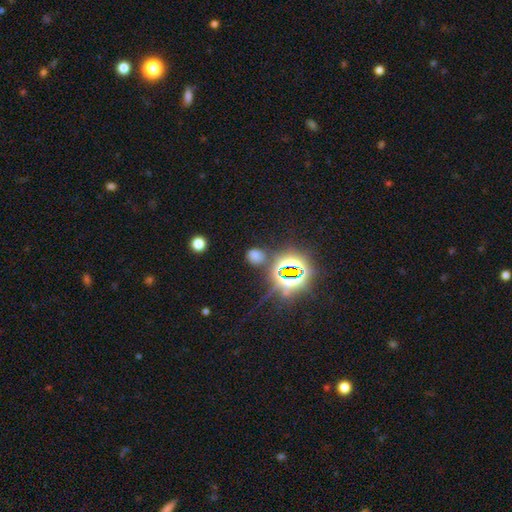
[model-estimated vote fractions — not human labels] A smooth galaxy with no disk features (53%) that is round (68%).

Vote fractions:
- Smooth or featured? smooth: 53% / star or artifact: 40% / featured or disk: 7%
- How rounded? round: 68% / in between: 29% / cigar-shaped: 2%
- Merging? none: 77% / minor disturbance: 12% / merger: 6% / major disturbance: 6%